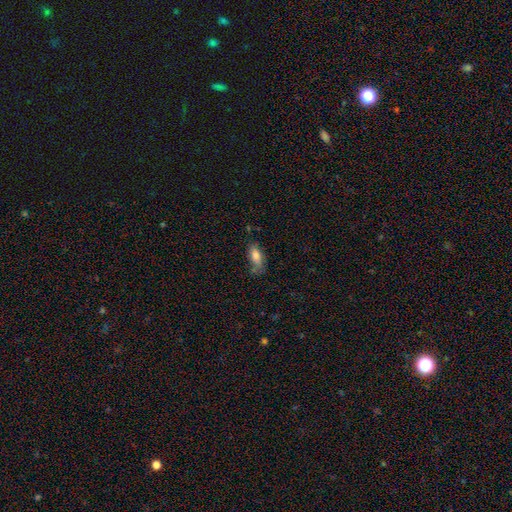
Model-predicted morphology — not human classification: Smooth or featured: smooth — 78% (featured or disk — 14%)
How rounded: in between — 82% (cigar-shaped — 14%)
Merging: none — 59% (minor disturbance — 29%)